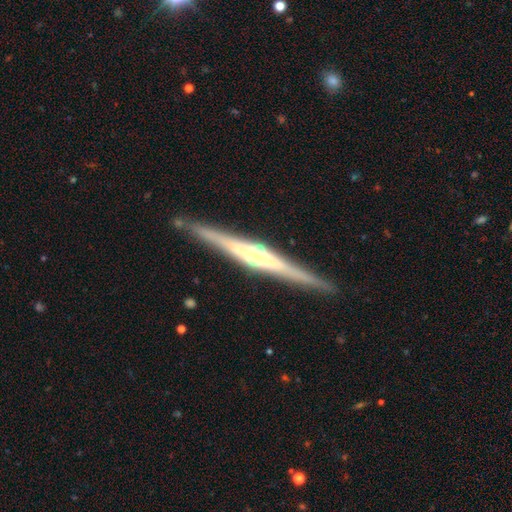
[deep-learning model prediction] The model was most divided on "edge-on bulge": boxy: 50%, rounded: 39%, none: 11%. More confident: edge-on disk — yes (98%); merging — none (89%); smooth or featured — featured or disk (82%).